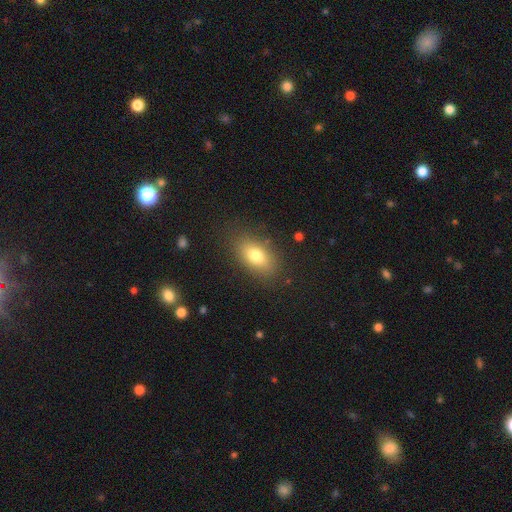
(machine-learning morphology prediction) smooth_or_featured: smooth (p=0.77) [alt: featured or disk p=0.13]
how_rounded: in between (p=0.87) [alt: round p=0.10]
merging: none (p=0.82) [alt: minor disturbance p=0.12]